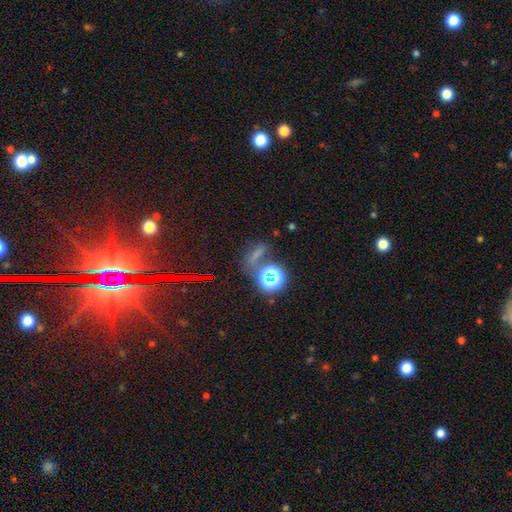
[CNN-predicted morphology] The model was most divided on "smooth or featured": star or artifact: 48%, smooth: 39%, featured or disk: 13%.